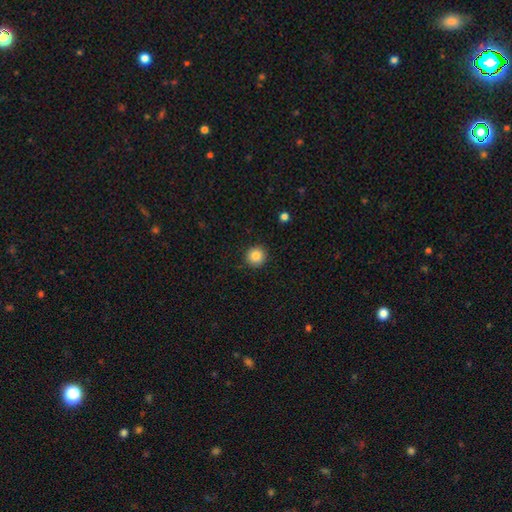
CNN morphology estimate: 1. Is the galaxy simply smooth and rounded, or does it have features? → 85% smooth, 10% star or artifact, 5% featured or disk.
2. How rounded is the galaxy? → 94% round, 5% in between, 1% cigar-shaped.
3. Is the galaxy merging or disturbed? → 91% none, 6% minor disturbance, 2% major disturbance, 1% merger.